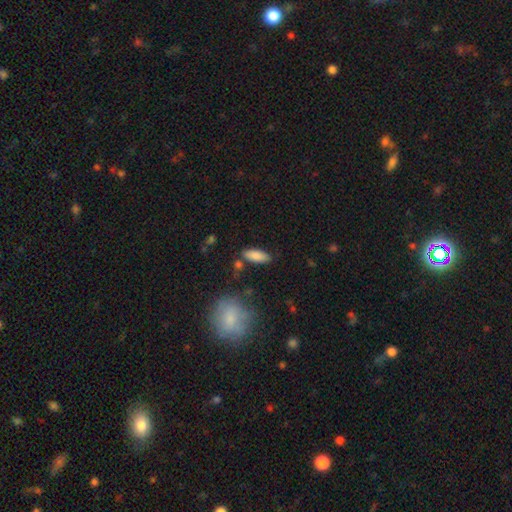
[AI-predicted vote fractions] The model was most divided on "how rounded": in between: 73%, cigar-shaped: 25%, round: 2%. More confident: smooth or featured — smooth (86%); merging — none (81%).